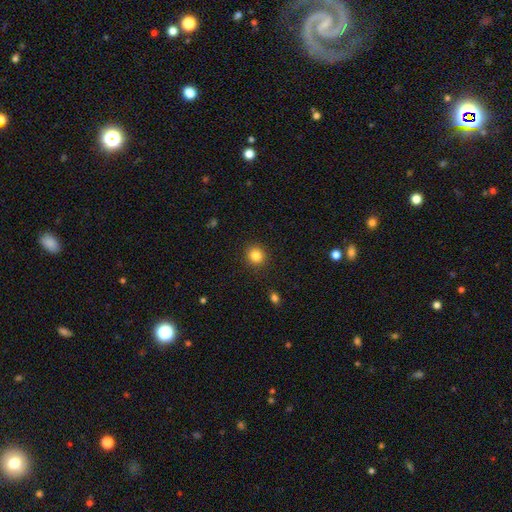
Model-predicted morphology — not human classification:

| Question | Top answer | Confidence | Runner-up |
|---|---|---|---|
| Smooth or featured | smooth | 83% | star or artifact (11%) |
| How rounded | round | 90% | in between (9%) |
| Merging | none | 91% | minor disturbance (6%) |